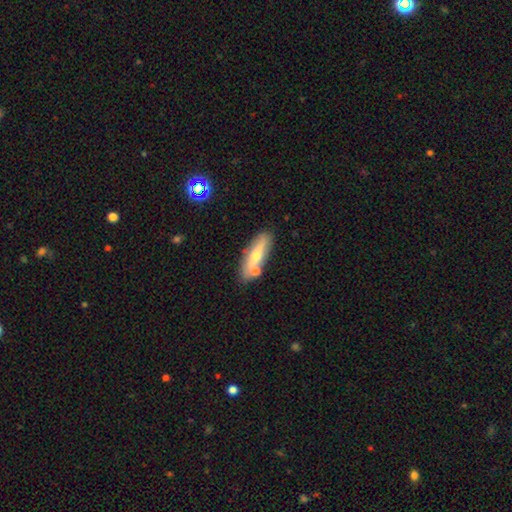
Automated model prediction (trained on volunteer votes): Overall: smooth (53%; featured or disk 40%). How rounded: in between (54%; cigar-shaped 43%). Merging: none (67%).